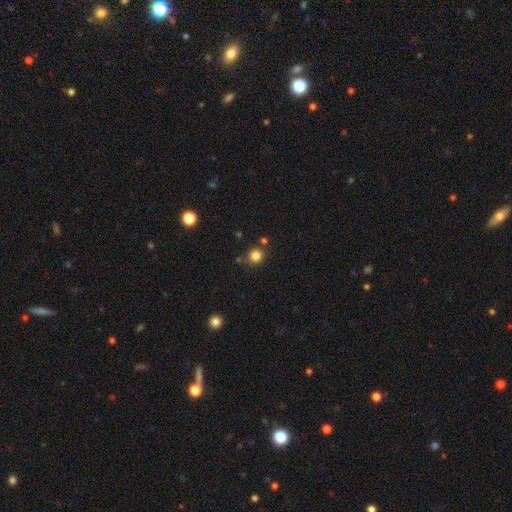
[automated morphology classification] Smooth or featured? Predicted: smooth (p=0.83). How rounded? Predicted: round (p=0.91). Merging? Predicted: none (p=0.79).